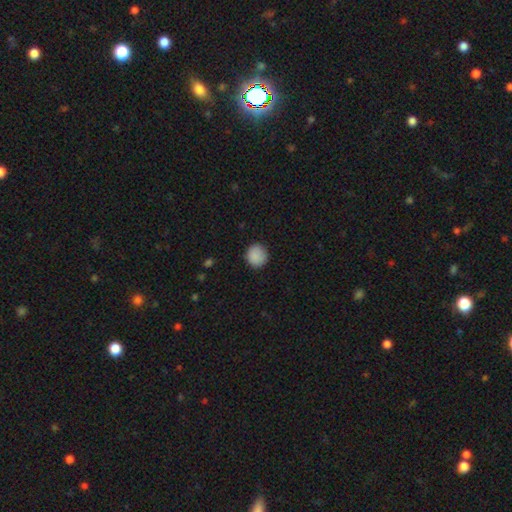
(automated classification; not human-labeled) This appears to be a smooth galaxy with no disk features (89%) that is round (89%). Merging: none (88%).